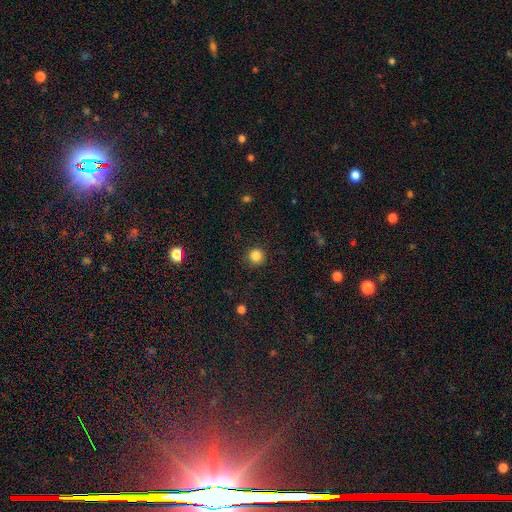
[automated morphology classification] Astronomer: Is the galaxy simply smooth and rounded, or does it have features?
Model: smooth — 85%.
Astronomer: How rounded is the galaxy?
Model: round — 95%.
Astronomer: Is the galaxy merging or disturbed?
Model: none — 91%.